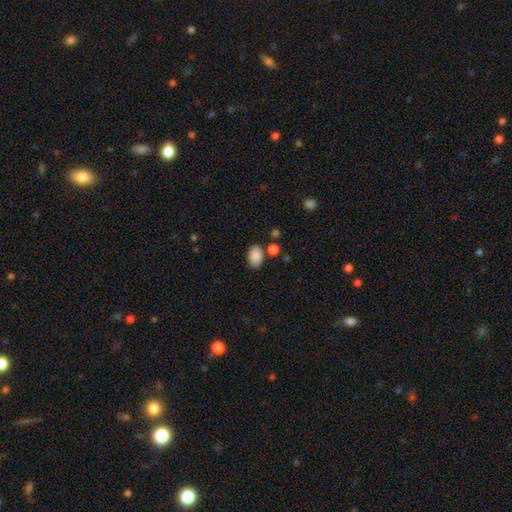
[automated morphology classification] smooth-or-featured: smooth: 88% | star or artifact: 8% | featured or disk: 4%
  how-rounded: in between: 88% | round: 11% | cigar-shaped: 1%
  merging: none: 76% | minor disturbance: 13% | merger: 7% | major disturbance: 4%